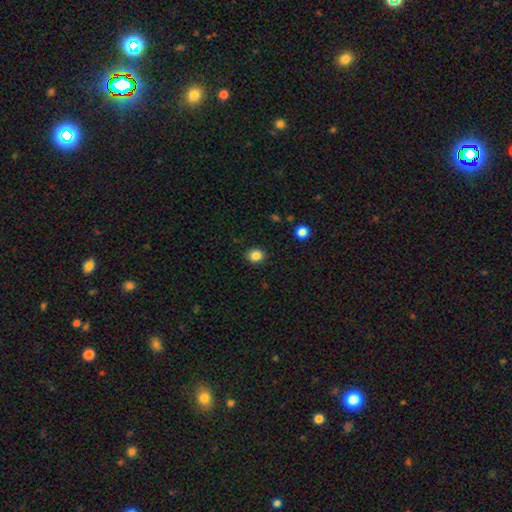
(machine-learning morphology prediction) Overall: smooth (84%). How rounded: round (76%). Merging: none (90%).